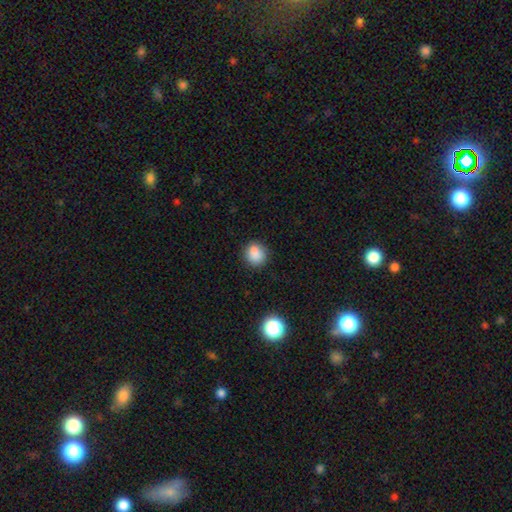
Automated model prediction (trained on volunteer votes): A smooth galaxy with no disk features (84%) that is round (72%). Merging: none (78%).